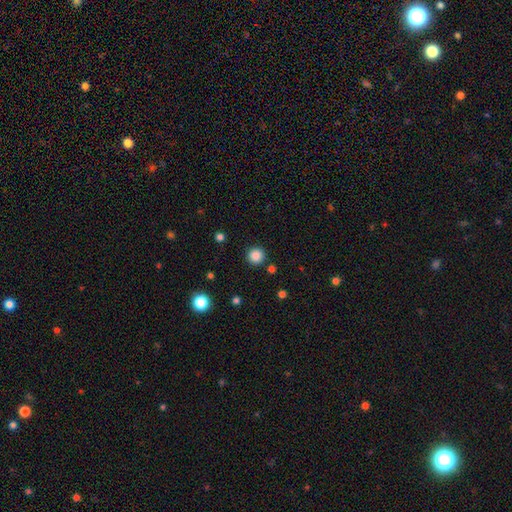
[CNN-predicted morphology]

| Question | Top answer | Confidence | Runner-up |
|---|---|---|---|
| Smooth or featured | smooth | 86% | star or artifact (11%) |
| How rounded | round | 95% | in between (4%) |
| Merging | none | 91% | minor disturbance (5%) |